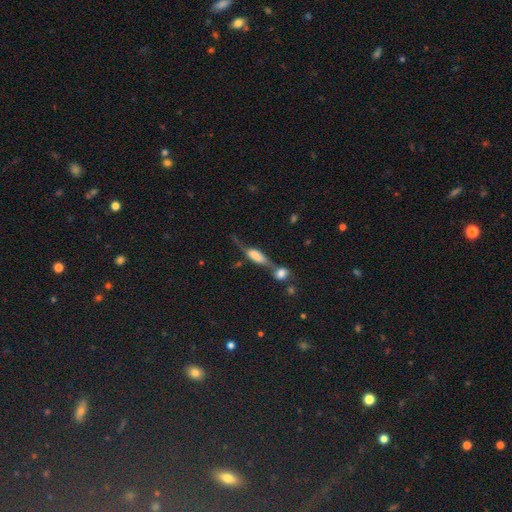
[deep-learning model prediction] Smooth or featured? smooth (50%)
How rounded? in between (63%)
Merging? merger (45%)